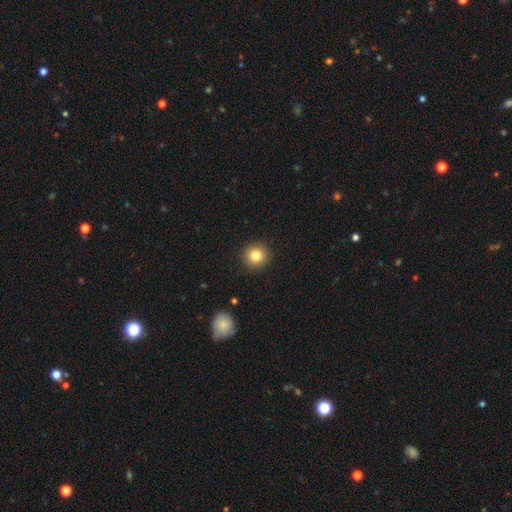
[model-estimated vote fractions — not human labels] Morphology: type=smooth (83%); roundness=round (92%); merging=none (91%).